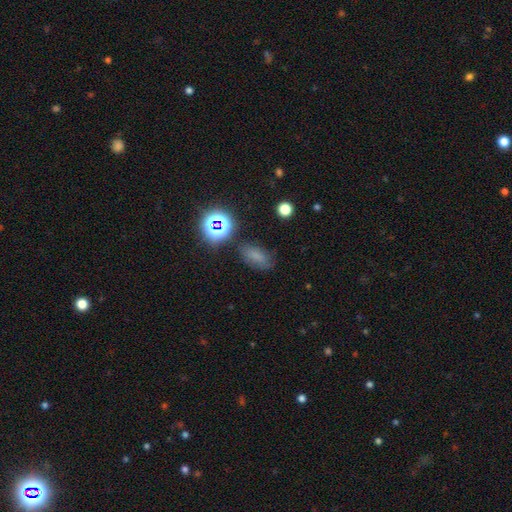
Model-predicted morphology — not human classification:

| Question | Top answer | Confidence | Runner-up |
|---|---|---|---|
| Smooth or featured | smooth | 66% | star or artifact (24%) |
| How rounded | in between | 82% | round (12%) |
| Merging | none | 72% | minor disturbance (18%) |